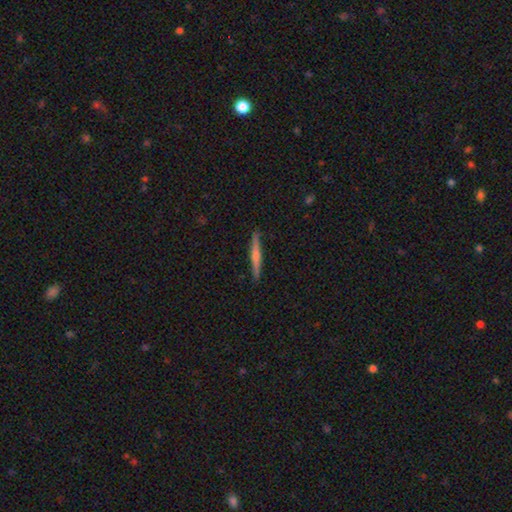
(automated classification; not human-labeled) featured or disk 64%, smooth 30%, star or artifact 6%. Down the decision tree: edge-on disk — yes (98%); edge-on bulge — rounded (69%); merging — none (91%).